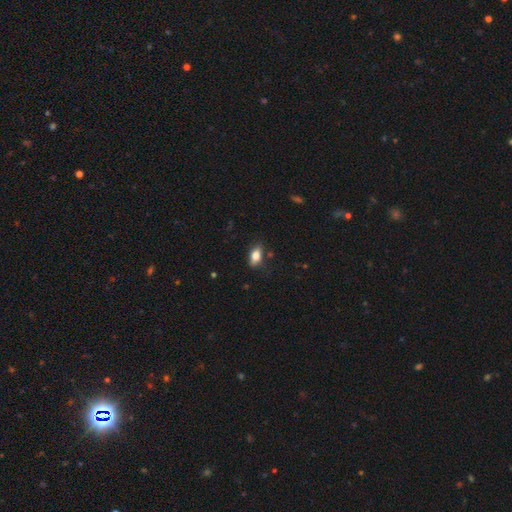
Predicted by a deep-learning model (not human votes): Smooth or featured: smooth — 79% (featured or disk — 13%)
How rounded: in between — 86% (round — 7%)
Merging: none — 78% (minor disturbance — 16%)